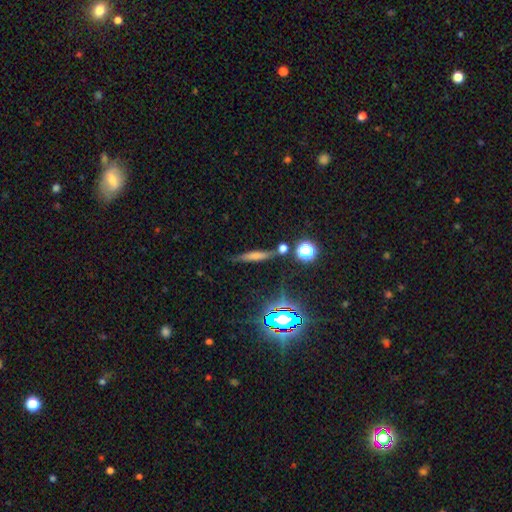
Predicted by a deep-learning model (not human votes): This is marginally a smooth galaxy (39%). Merging: likely none (78%).